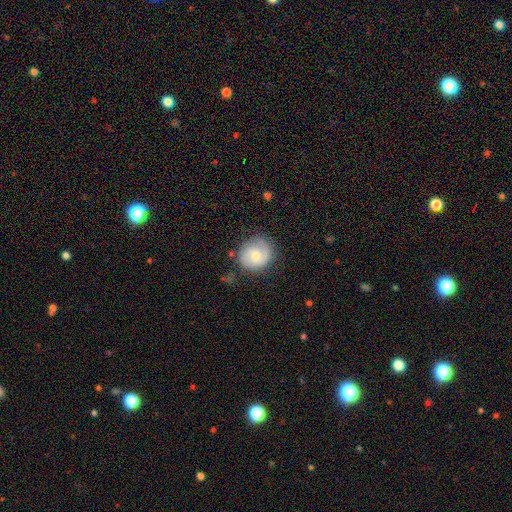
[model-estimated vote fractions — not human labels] This appears to be a featured or disk galaxy (56%) with no bar (64%), spiral arms (89%) and a moderate central bulge (49%). Merging: none (75%).